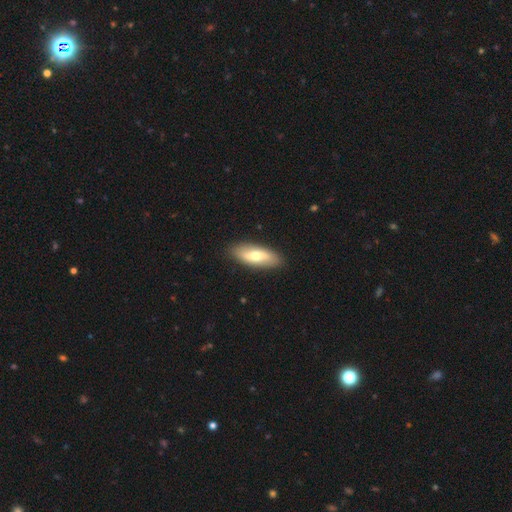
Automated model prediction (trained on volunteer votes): smooth_or_featured: smooth (p=0.62) [alt: featured or disk p=0.33]
how_rounded: in between (p=0.76) [alt: cigar-shaped p=0.21]
merging: none (p=0.89) [alt: minor disturbance p=0.08]